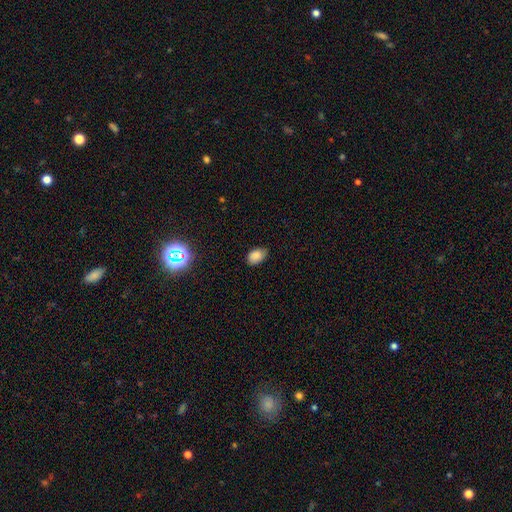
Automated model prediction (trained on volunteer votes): A smooth galaxy with no disk features (84%) that is in between round and cigar-shaped (89%).

Vote fractions:
- Smooth or featured? smooth: 84% / star or artifact: 10% / featured or disk: 5%
- How rounded? in between: 89% / round: 10% / cigar-shaped: 1%
- Merging? none: 75% / minor disturbance: 20% / major disturbance: 3% / merger: 1%